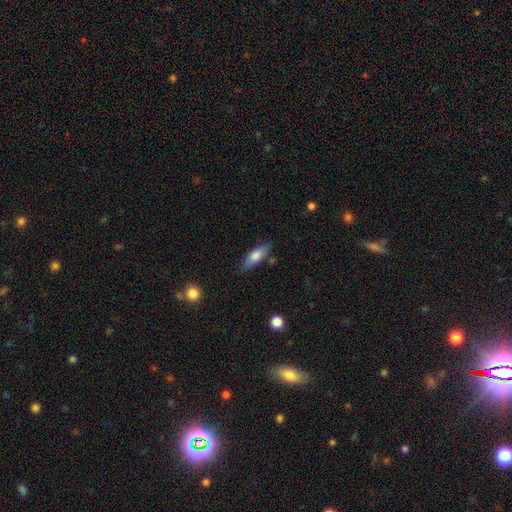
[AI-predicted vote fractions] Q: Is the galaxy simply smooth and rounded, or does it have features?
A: smooth — 73%.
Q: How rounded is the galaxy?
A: in between — 60%.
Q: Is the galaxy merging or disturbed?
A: none — 77%.